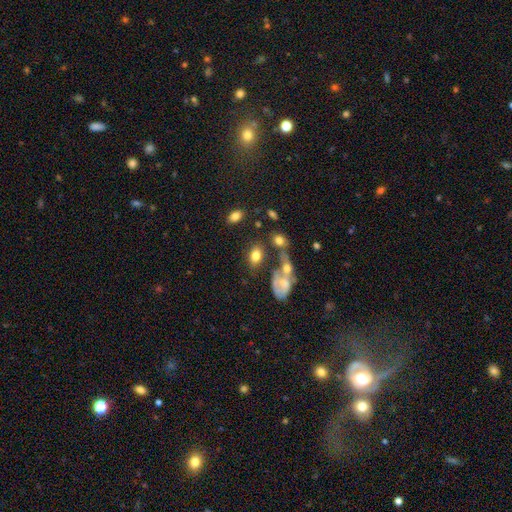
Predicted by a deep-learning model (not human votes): Q: Smooth or featured?
A: smooth (76%); runner-up: featured or disk (15%)
Q: How rounded?
A: in between (85%); runner-up: round (13%)
Q: Merging?
A: none (57%); runner-up: merger (18%)